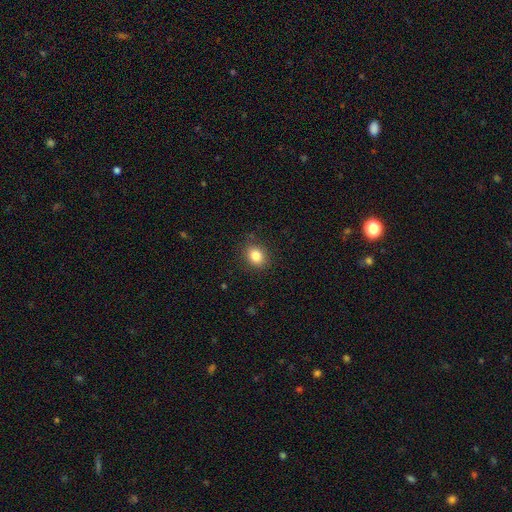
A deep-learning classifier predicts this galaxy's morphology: This appears to be a smooth galaxy with no disk features (84%) that is round (50%). Merging: none (86%).